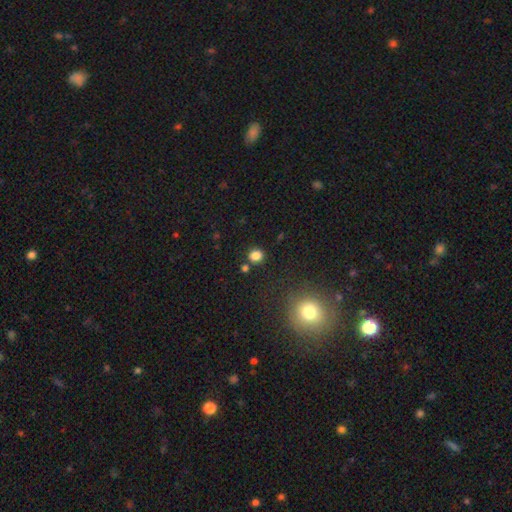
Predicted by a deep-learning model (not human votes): smooth 82%, star or artifact 14%, featured or disk 4%. Down the decision tree: how rounded — round (80%); merging — none (82%).